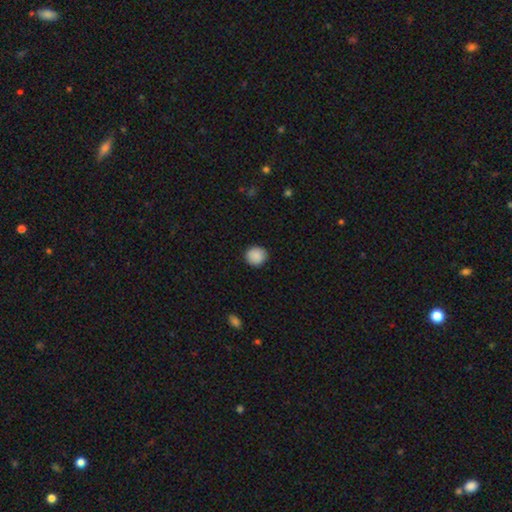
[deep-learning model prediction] A smooth galaxy with no disk features (89%) that is round (91%). Merging: none (91%).